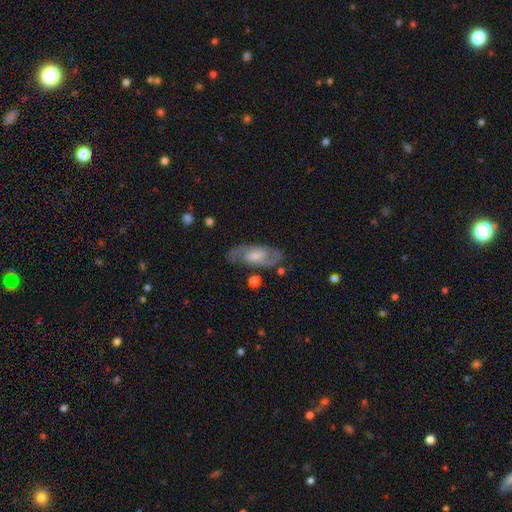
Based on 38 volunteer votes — This appears to be a featured or disk galaxy (79%) with a weak bar (41%), 2 (89%) tight (52%) spiral arms (93%) and a moderate central bulge (41%). Merging: none (76%).